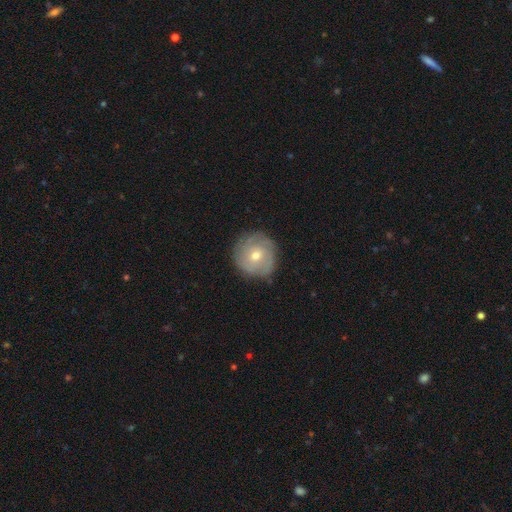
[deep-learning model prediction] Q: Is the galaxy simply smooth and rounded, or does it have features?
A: featured or disk — 54%.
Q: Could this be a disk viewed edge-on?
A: no — 97%.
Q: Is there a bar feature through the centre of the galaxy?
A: no — 79%.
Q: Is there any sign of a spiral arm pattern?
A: yes — 72%.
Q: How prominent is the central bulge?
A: moderate — 60%.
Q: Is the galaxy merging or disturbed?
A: none — 80%.